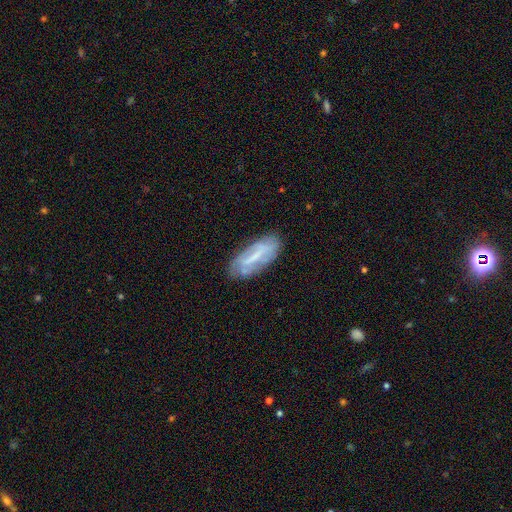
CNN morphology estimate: Smooth or featured? featured or disk (52%)
Edge-on disk? no (83%)
Merging? none (71%)